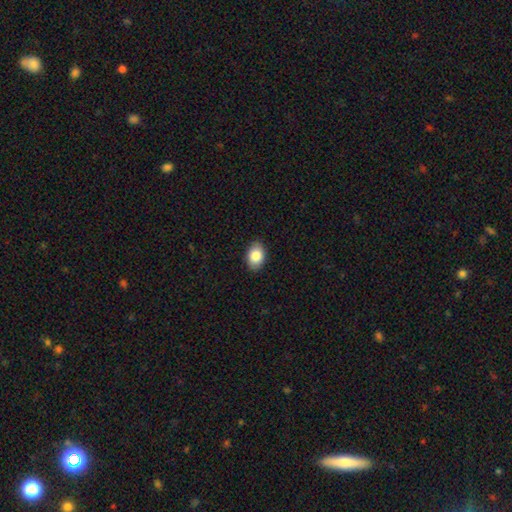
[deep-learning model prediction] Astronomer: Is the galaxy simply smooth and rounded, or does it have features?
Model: smooth — 85%.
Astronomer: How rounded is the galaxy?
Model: in between — 84%.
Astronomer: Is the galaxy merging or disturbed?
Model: none — 89%.